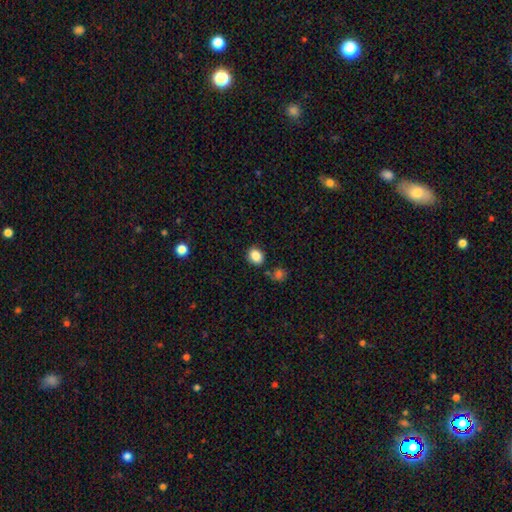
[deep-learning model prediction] The model was most divided on "how rounded": in between: 50%, round: 49%, cigar-shaped: 1%. More confident: smooth or featured — smooth (86%); merging — none (83%).